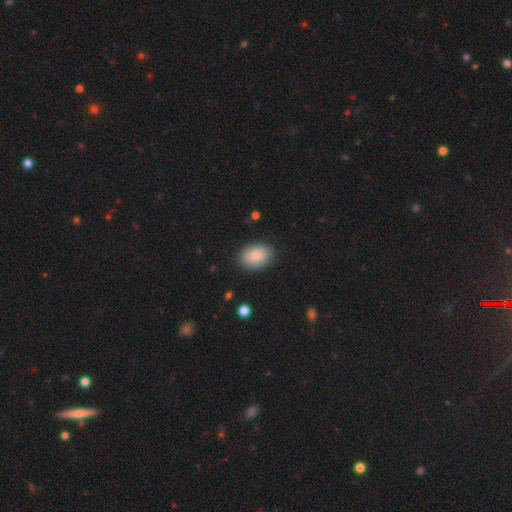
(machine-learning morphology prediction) Overall: smooth (86%). How rounded: in between (80%). Merging: none (86%).